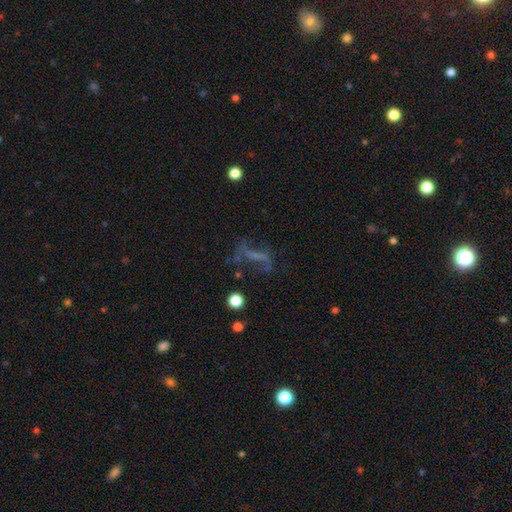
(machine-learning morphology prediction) This is possibly a featured or disk galaxy (49%). Merging: marginally none (44%).